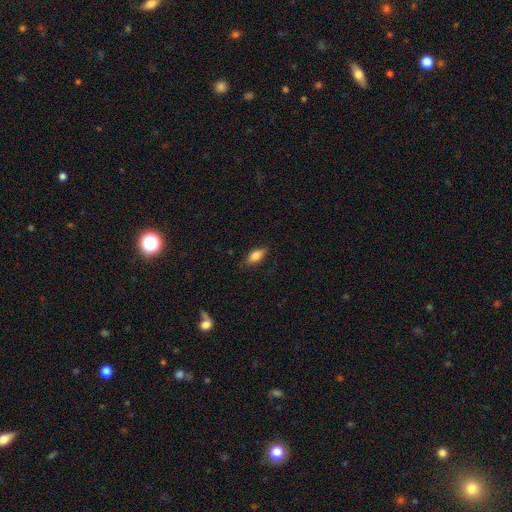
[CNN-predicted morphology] The model was most divided on "smooth or featured": smooth: 74%, featured or disk: 19%, star or artifact: 7%. More confident: merging — none (82%); how rounded — in between (80%).